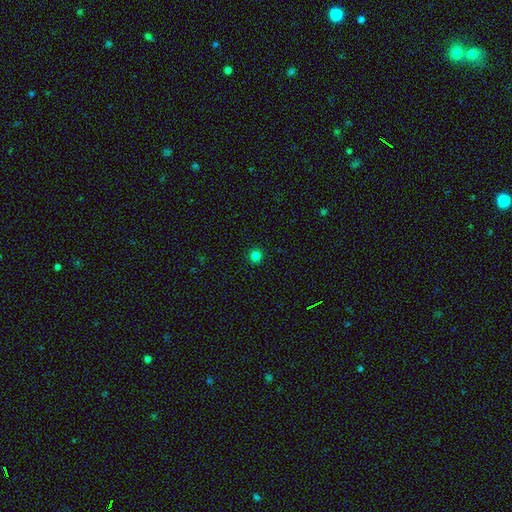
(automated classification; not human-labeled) smooth-or-featured: smooth: 81% | star or artifact: 15% | featured or disk: 3%
  how-rounded: round: 94% | in between: 5% | cigar-shaped: 1%
  merging: none: 93% | minor disturbance: 4% | major disturbance: 2% | merger: 1%